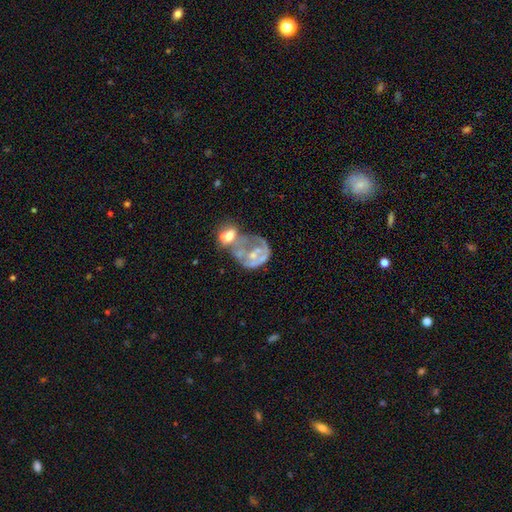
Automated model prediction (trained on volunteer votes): Smooth or featured? featured or disk (63%)
Edge-on disk? no (98%)
Bar? no (85%)
Spiral arms? no (77%)
Bulge size? none (38%)
Merging? merger (50%)